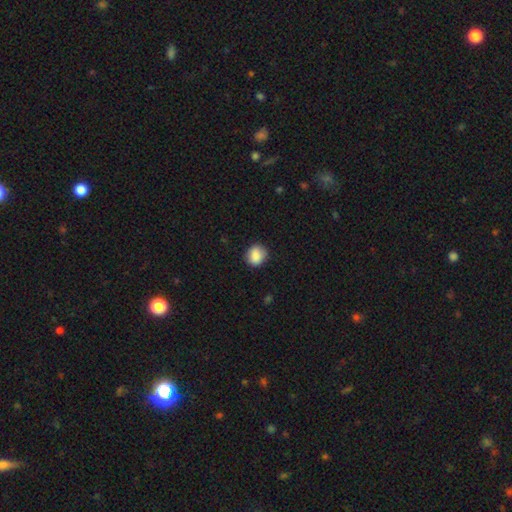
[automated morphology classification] smooth_or_featured: smooth (p=0.88) [alt: star or artifact p=0.08]
how_rounded: round (p=0.71) [alt: in between p=0.28]
merging: none (p=0.84) [alt: minor disturbance p=0.12]